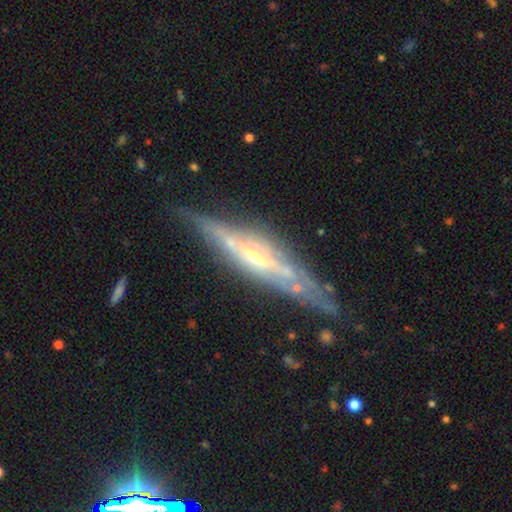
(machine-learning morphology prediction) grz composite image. It shows a featured or disk galaxy (83%) viewed edge-on (91%) with a rounded central bulge (58%). Merging: none (78%).